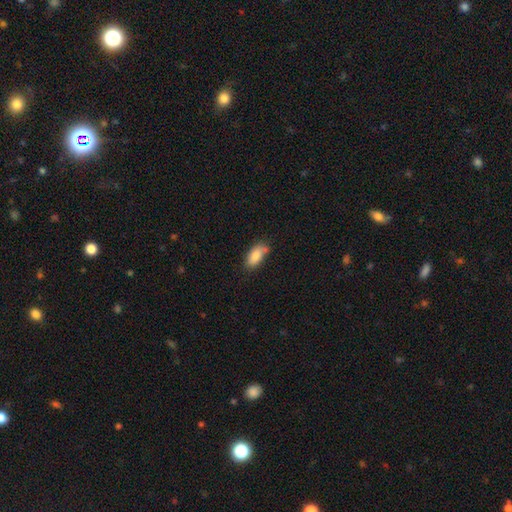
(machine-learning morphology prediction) This is clearly a smooth galaxy (85%). How rounded: clearly in between (89%). Merging: possibly none (58%).